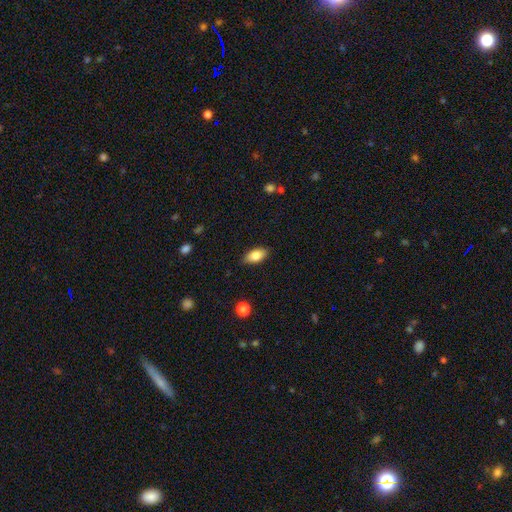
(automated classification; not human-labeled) This is clearly a smooth galaxy (82%). How rounded: clearly in between (91%). Merging: clearly none (86%).